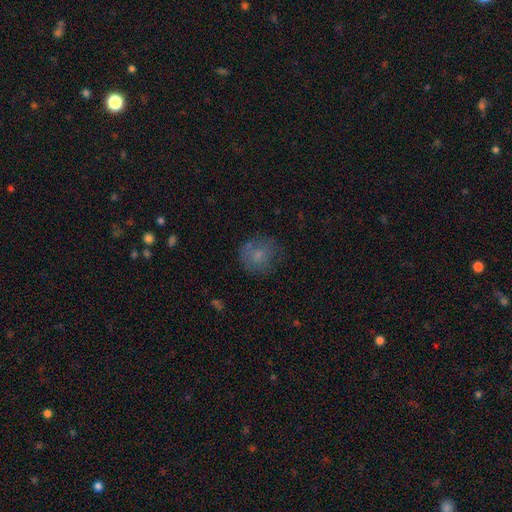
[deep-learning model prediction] smooth 70%, featured or disk 18%, star or artifact 12%. Down the decision tree: how rounded — round (82%); merging — none (63%).